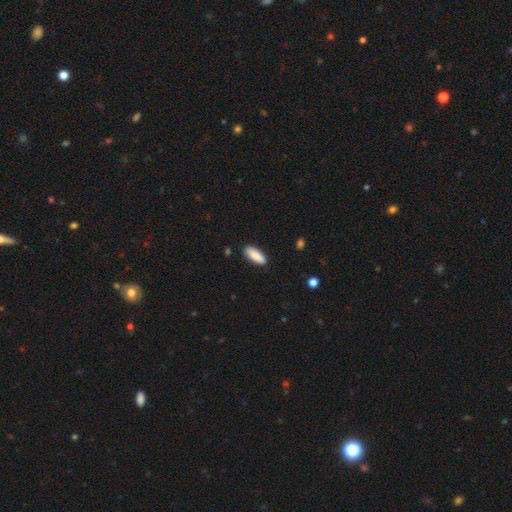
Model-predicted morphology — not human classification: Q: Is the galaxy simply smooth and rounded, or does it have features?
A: smooth — 89%.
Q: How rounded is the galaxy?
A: in between — 73%.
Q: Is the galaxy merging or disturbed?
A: none — 87%.